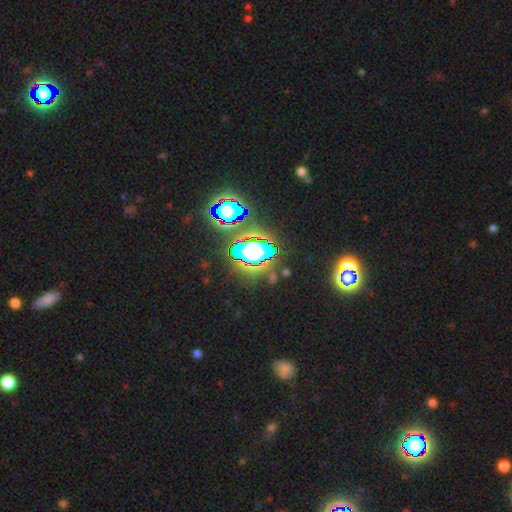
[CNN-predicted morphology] The model was most divided on "smooth or featured": star or artifact: 81%, smooth: 11%, featured or disk: 7%.